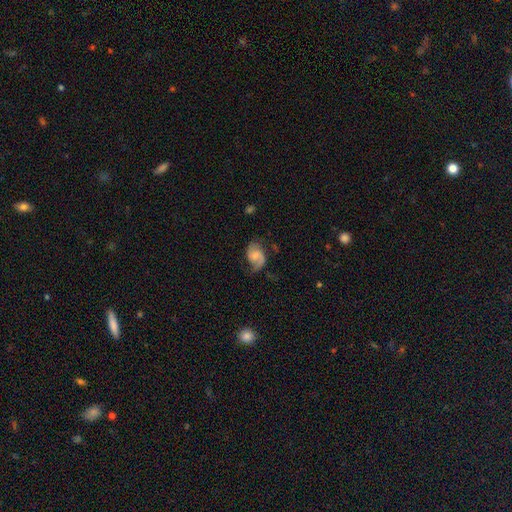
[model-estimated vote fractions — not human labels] Smooth or featured? featured or disk (72%)
Edge-on disk? no (98%)
Bar? no (48%)
Spiral arms? yes (94%)
Spiral winding? medium (46%)
Spiral arm count? 2 (78%)
Bulge size? small (42%)
Merging? none (62%)